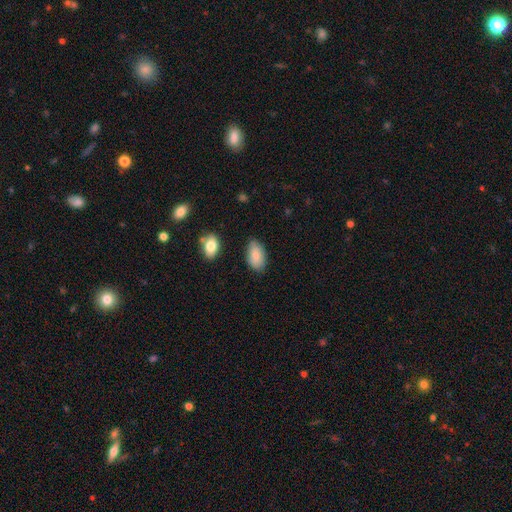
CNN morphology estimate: Q: Smooth or featured?
A: smooth (83%); runner-up: featured or disk (11%)
Q: How rounded?
A: in between (94%); runner-up: round (4%)
Q: Merging?
A: none (79%); runner-up: minor disturbance (16%)